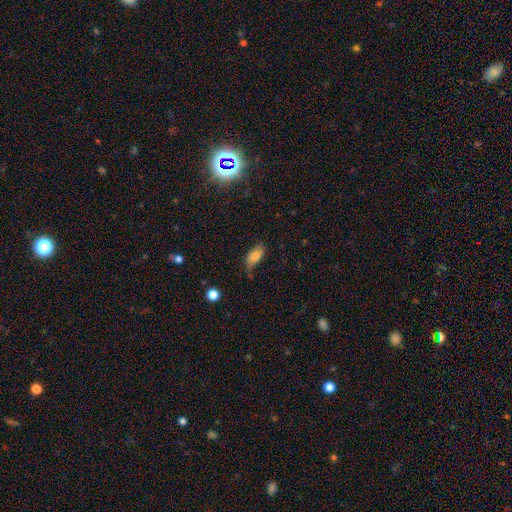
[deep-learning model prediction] smooth_or_featured: smooth (p=0.80) [alt: featured or disk p=0.11]
how_rounded: in between (p=0.88) [alt: cigar-shaped p=0.09]
merging: none (p=0.60) [alt: minor disturbance p=0.29]